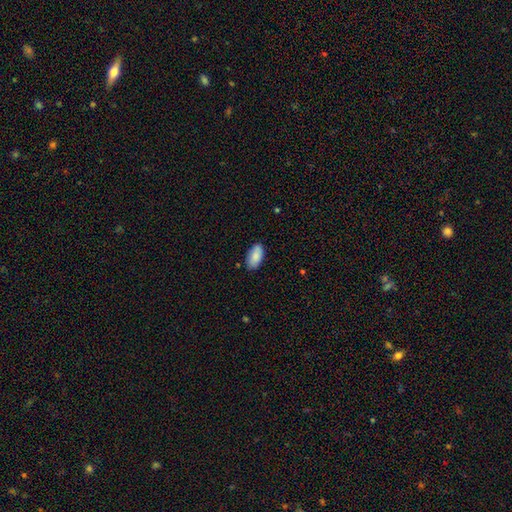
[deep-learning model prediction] smooth-or-featured: smooth: 87% | featured or disk: 7% | star or artifact: 6%
  how-rounded: in between: 94% | cigar-shaped: 4% | round: 2%
  merging: none: 84% | minor disturbance: 12% | major disturbance: 2% | merger: 1%